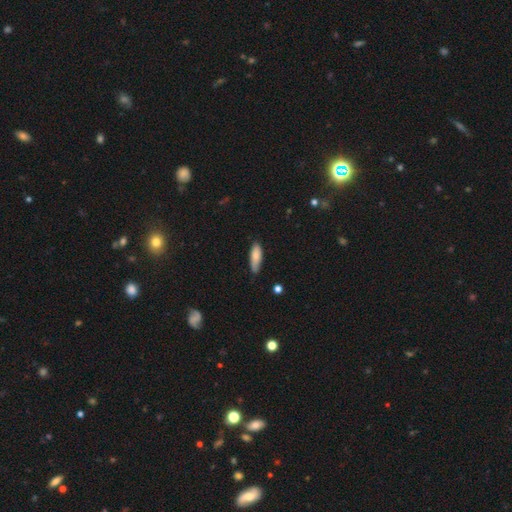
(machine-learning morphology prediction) This appears to be a smooth galaxy with no disk features (80%) that is in between round and cigar-shaped (60%). Merging: none (74%).